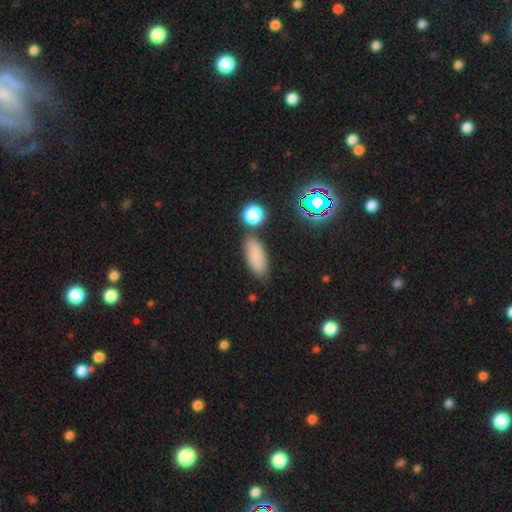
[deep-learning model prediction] Overall: smooth (78%). How rounded: in between (75%). Merging: none (75%).